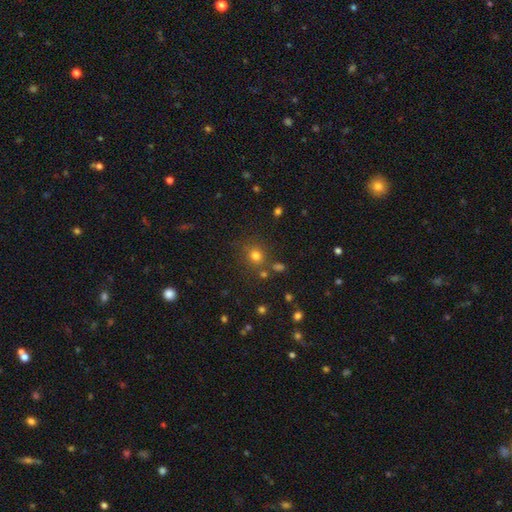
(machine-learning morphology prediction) A smooth galaxy with no disk features (75%) that is round (81%).

Vote fractions:
- Smooth or featured? smooth: 75% / star or artifact: 18% / featured or disk: 7%
- How rounded? round: 81% / in between: 18% / cigar-shaped: 1%
- Merging? none: 76% / minor disturbance: 11% / merger: 9% / major disturbance: 4%